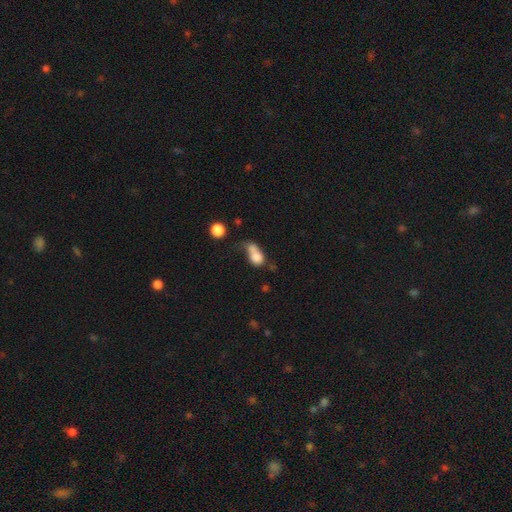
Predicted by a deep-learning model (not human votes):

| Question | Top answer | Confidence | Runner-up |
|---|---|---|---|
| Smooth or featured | smooth | 74% | featured or disk (15%) |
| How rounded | in between | 58% | round (39%) |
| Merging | merger | 51% | none (20%) |